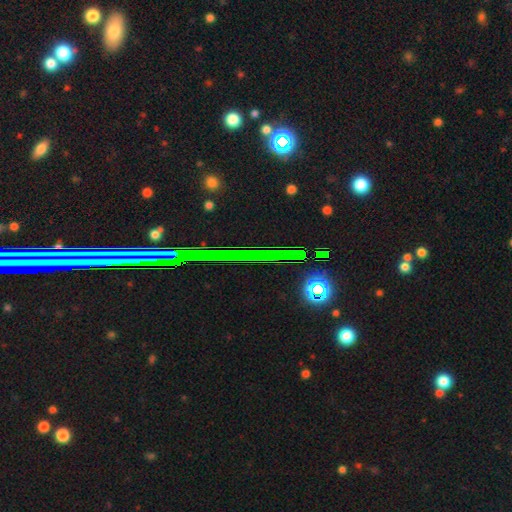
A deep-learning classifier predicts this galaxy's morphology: Q: Smooth or featured?
A: star or artifact (63%); runner-up: featured or disk (22%)